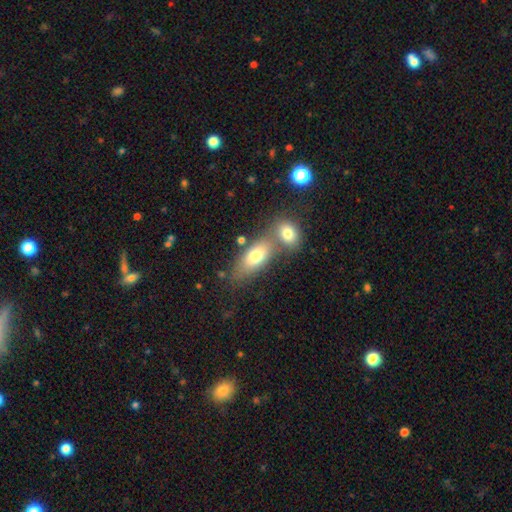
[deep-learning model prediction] Smooth or featured: smooth — 73% (featured or disk — 18%)
How rounded: in between — 81% (cigar-shaped — 11%)
Merging: none — 43% (tied with merger — 43%)